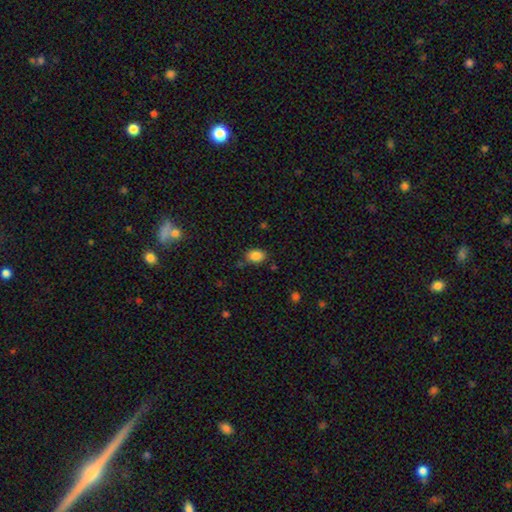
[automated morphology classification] smooth-or-featured: smooth: 86% | star or artifact: 9% | featured or disk: 5%
  how-rounded: in between: 78% | round: 20% | cigar-shaped: 1%
  merging: none: 78% | minor disturbance: 14% | merger: 4% | major disturbance: 3%